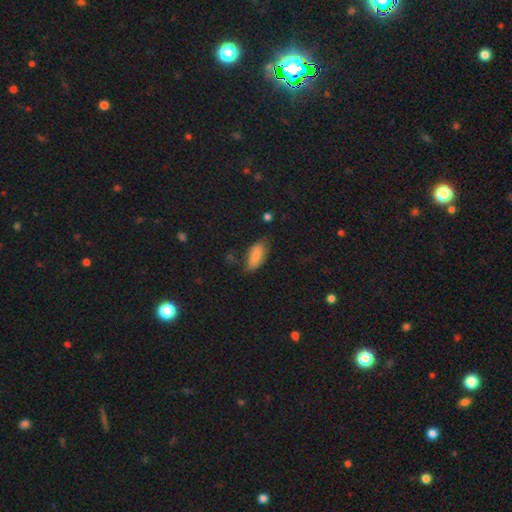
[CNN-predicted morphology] Smooth or featured: smooth — 78% (featured or disk — 14%)
How rounded: in between — 86% (cigar-shaped — 11%)
Merging: none — 61% (minor disturbance — 28%)